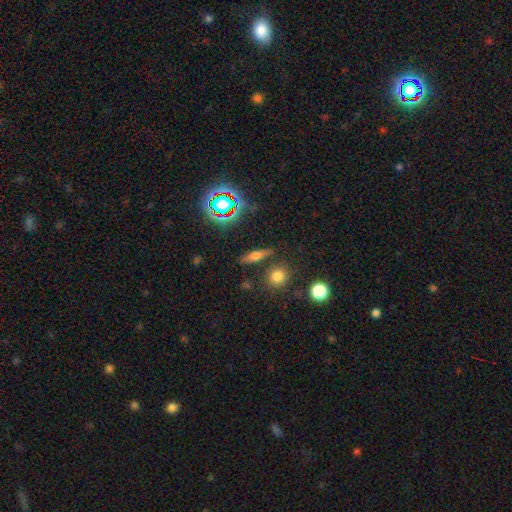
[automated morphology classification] Smooth or featured? smooth (46%)
Merging? none (83%)